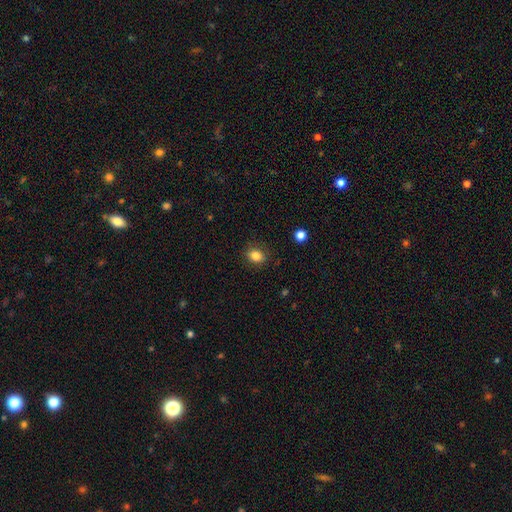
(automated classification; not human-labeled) The model was most divided on "how rounded": in between: 57%, round: 42%, cigar-shaped: 1%. More confident: merging — none (85%); smooth or featured — smooth (84%).